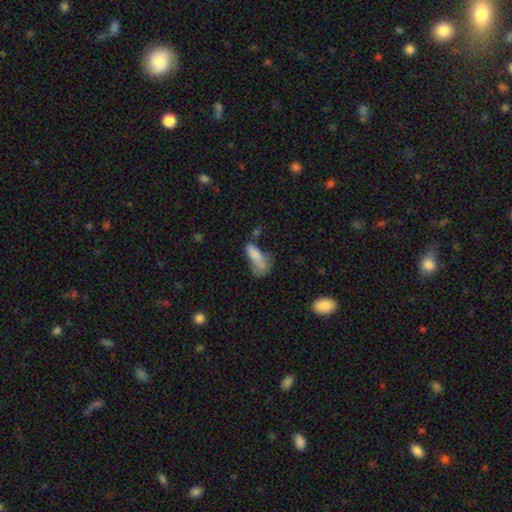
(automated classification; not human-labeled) Overall: smooth (75%). How rounded: in between (70%). Merging: major disturbance (33%; none 26%).